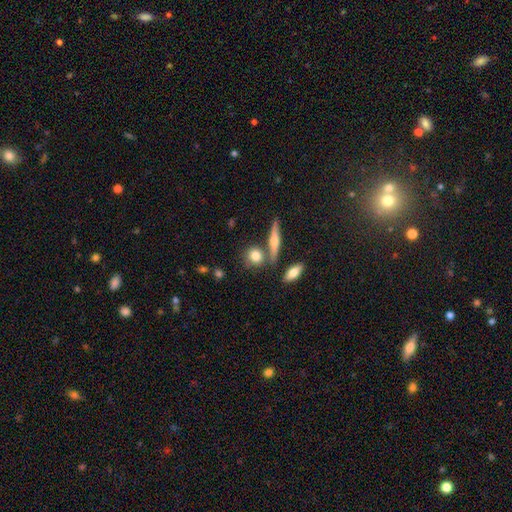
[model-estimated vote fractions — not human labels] This is likely a smooth galaxy (75%). How rounded: likely round (68%). Merging: likely none (67%).